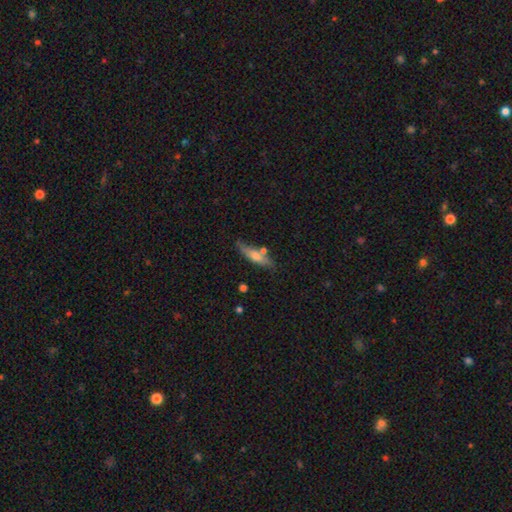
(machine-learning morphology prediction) Smooth or featured?
  - smooth: 55% *
  - featured or disk: 38%
  - star or artifact: 7%
How rounded?
  - cigar-shaped: 75% *
  - in between: 22%
  - round: 2%
Merging?
  - none: 72% *
  - minor disturbance: 15%
  - merger: 9%
  - major disturbance: 3%